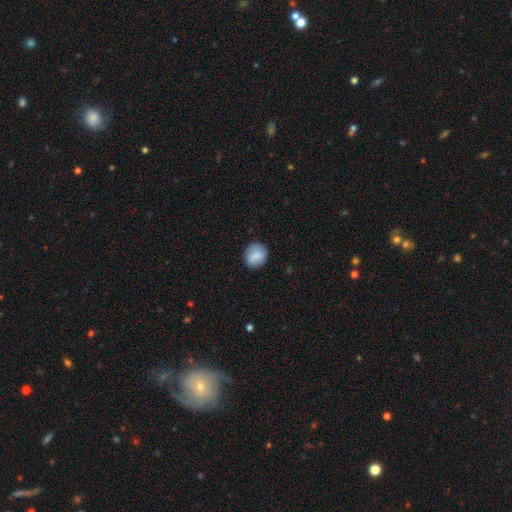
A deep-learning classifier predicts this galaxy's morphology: smooth-or-featured: smooth: 84% | featured or disk: 9% | star or artifact: 7%
  how-rounded: round: 69% | in between: 30% | cigar-shaped: 1%
  merging: none: 80% | minor disturbance: 15% | major disturbance: 4% | merger: 1%